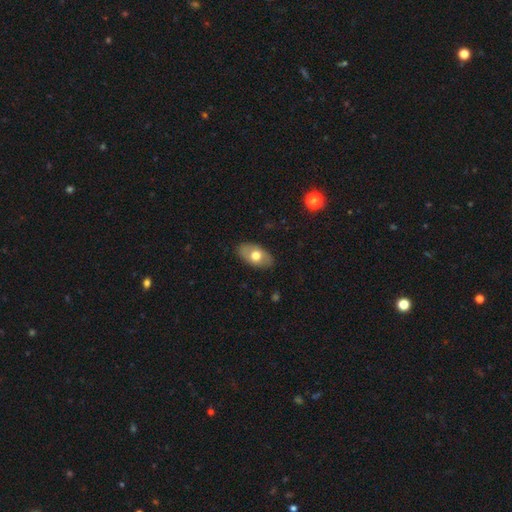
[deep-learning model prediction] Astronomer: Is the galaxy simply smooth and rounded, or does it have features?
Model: smooth — 61%.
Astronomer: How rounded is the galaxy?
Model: in between — 91%.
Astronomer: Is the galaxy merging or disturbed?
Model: none — 83%.